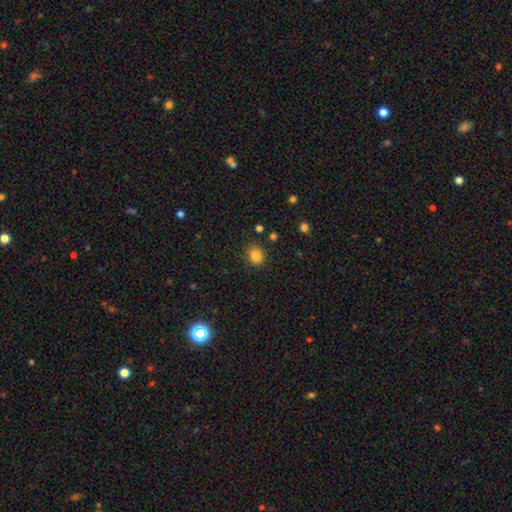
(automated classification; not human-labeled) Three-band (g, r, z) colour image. It shows a smooth galaxy with no disk features (85%) that is round (60%). Merging: none (82%).